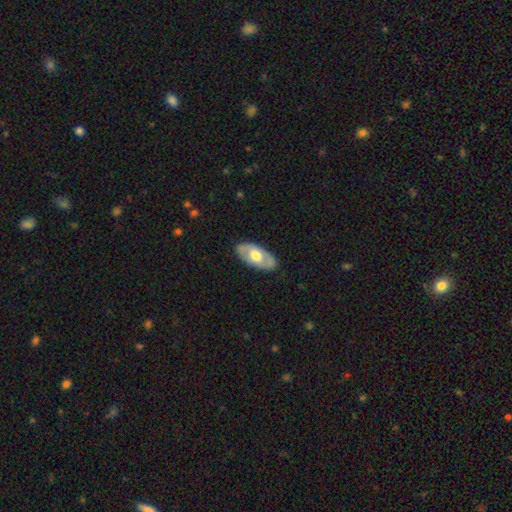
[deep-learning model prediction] smooth_or_featured: featured or disk (p=0.53) [alt: smooth p=0.43]
disk_edge_on: no (p=0.84) [alt: yes p=0.16]
merging: none (p=0.84) [alt: minor disturbance p=0.12]